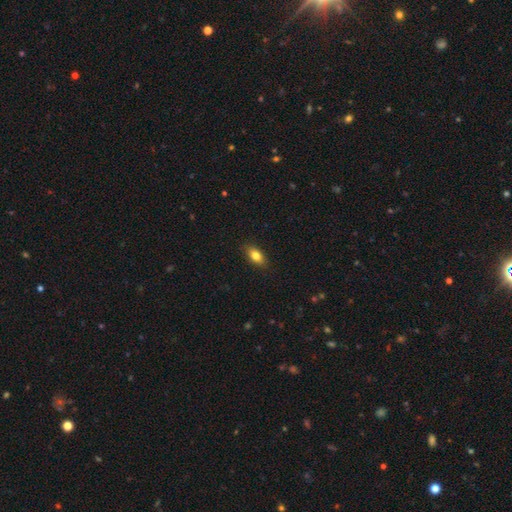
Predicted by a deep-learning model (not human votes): Smooth or featured?
  - smooth: 81% *
  - featured or disk: 11%
  - star or artifact: 8%
How rounded?
  - in between: 86% *
  - cigar-shaped: 7%
  - round: 7%
Merging?
  - none: 87% *
  - minor disturbance: 10%
  - major disturbance: 2%
  - merger: 1%